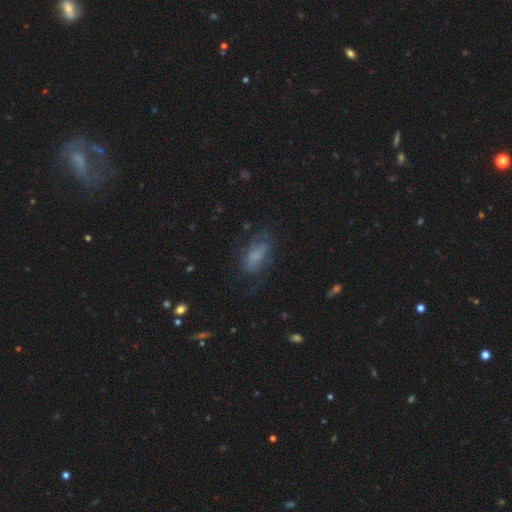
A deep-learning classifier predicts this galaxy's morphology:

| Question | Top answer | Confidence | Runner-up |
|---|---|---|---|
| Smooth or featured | smooth | 56% | featured or disk (31%) |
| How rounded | in between | 87% | cigar-shaped (7%) |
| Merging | none | 54% | minor disturbance (25%) |